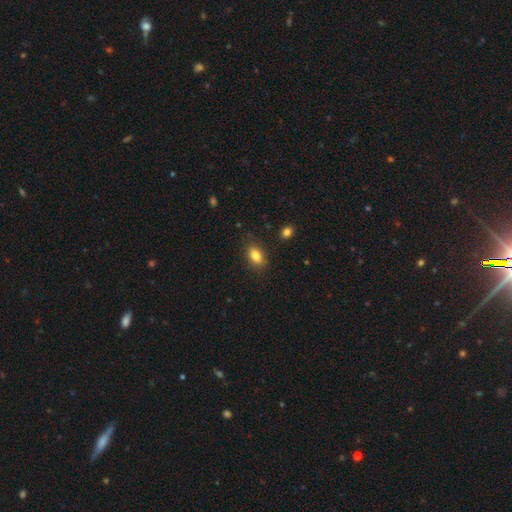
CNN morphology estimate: type=smooth (83%); roundness=in between (84%); merging=none (84%).